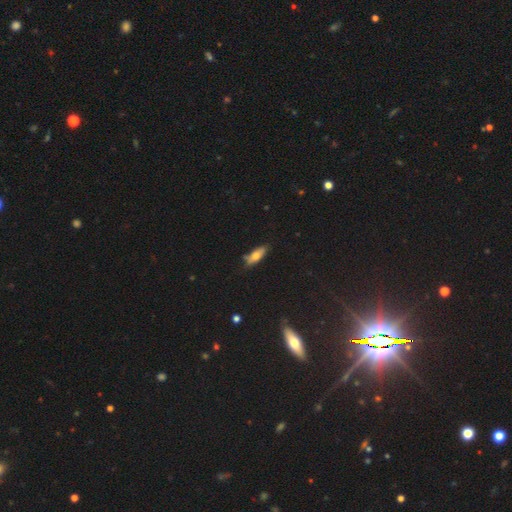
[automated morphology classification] A smooth galaxy with no disk features (66%) that is in between round and cigar-shaped (66%).

Vote fractions:
- Smooth or featured? smooth: 66% / featured or disk: 26% / star or artifact: 8%
- How rounded? in between: 66% / cigar-shaped: 31% / round: 3%
- Merging? none: 71% / minor disturbance: 22% / major disturbance: 4% / merger: 3%